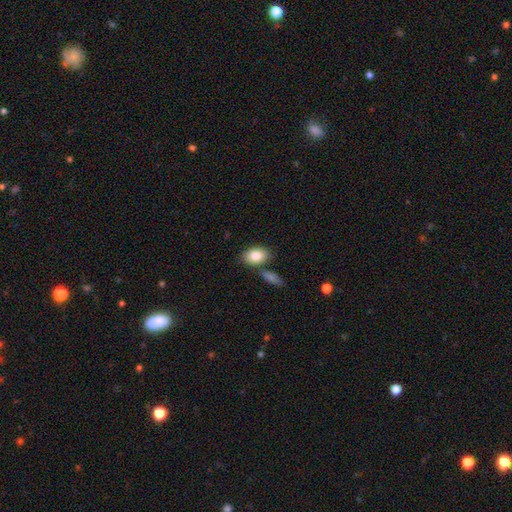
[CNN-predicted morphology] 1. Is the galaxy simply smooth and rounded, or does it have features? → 85% smooth, 9% featured or disk, 6% star or artifact.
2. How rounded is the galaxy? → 87% in between, 11% round, 2% cigar-shaped.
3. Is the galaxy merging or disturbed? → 72% none, 13% merger, 12% minor disturbance, 3% major disturbance.